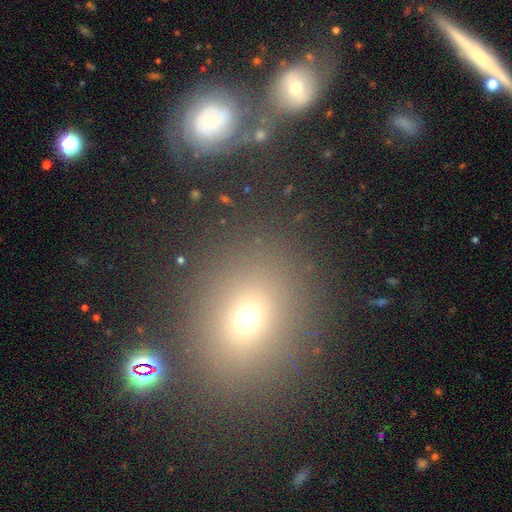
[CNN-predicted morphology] Smooth or featured?
  - smooth: 63% *
  - star or artifact: 24%
  - featured or disk: 13%
How rounded?
  - round: 63% *
  - in between: 36%
  - cigar-shaped: 2%
Merging?
  - none: 81% *
  - minor disturbance: 9%
  - merger: 6%
  - major disturbance: 4%